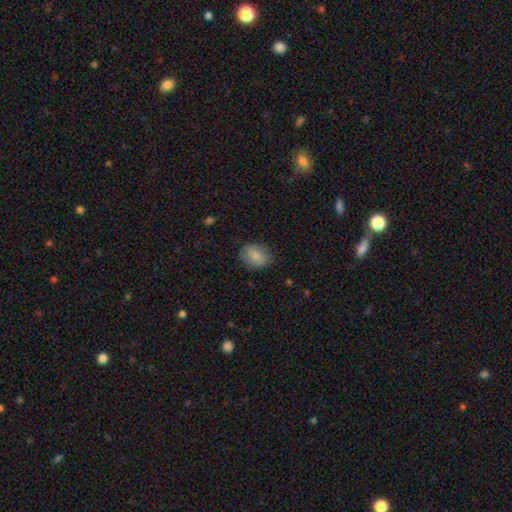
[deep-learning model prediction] A smooth galaxy with no disk features (85%) that is in between round and cigar-shaped (61%). Merging: none (80%).